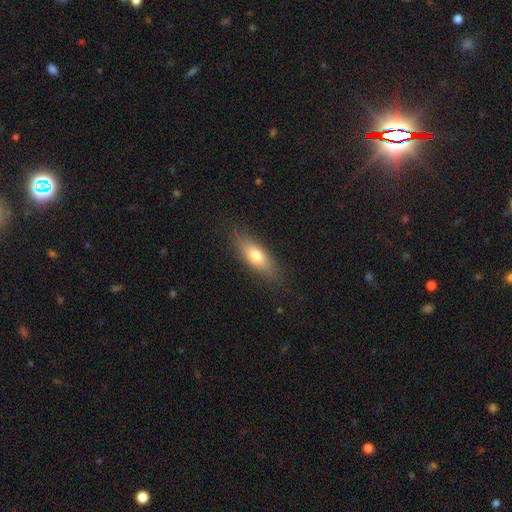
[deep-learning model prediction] Smooth or featured: smooth — 70% (featured or disk — 23%)
How rounded: in between — 63% (cigar-shaped — 32%)
Merging: none — 83% (minor disturbance — 13%)